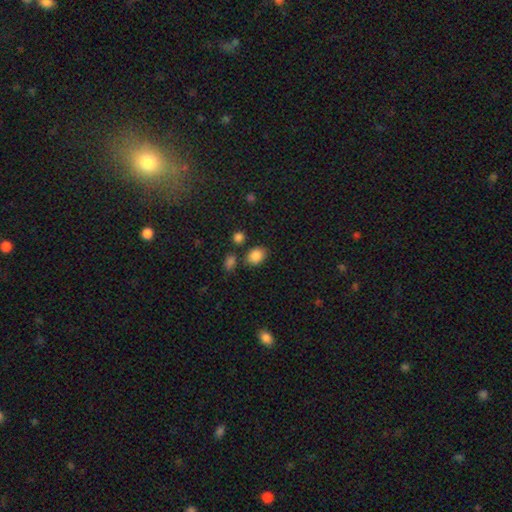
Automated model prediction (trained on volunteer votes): A smooth galaxy with no disk features (86%) that is in between round and cigar-shaped (63%). Merging: none (75%).